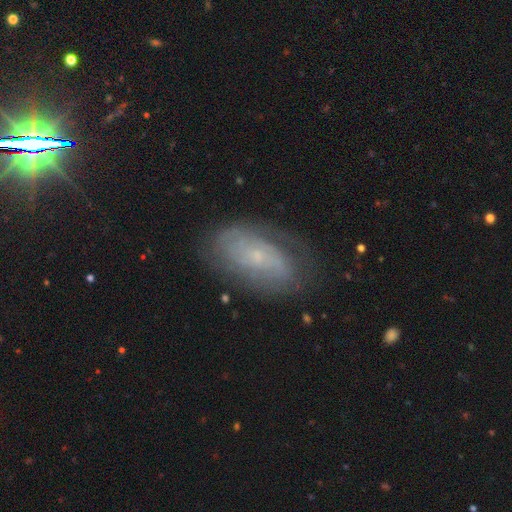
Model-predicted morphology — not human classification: Smooth or featured? Predicted: featured or disk (p=0.64). Edge-on disk? Predicted: no (p=0.93). Bar? Predicted: no (p=0.75). Spiral arms? Predicted: yes (p=0.78). Bulge size? Predicted: small (p=0.81). Merging? Predicted: none (p=0.70).